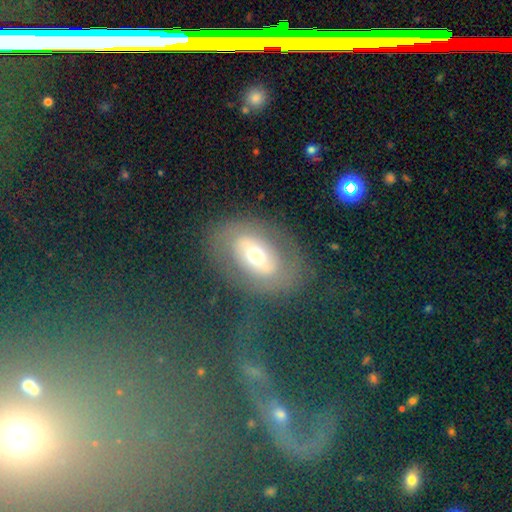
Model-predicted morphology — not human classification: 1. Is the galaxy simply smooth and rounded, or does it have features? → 57% featured or disk, 32% smooth, 11% star or artifact.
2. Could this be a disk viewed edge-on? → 92% no, 8% yes.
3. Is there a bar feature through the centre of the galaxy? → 51% no, 28% weak, 20% strong.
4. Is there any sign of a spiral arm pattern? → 55% no, 45% yes.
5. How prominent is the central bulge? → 60% moderate, 30% small, 7% large, 2% dominant, 1% none.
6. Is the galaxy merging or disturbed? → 75% none, 14% minor disturbance, 9% major disturbance, 3% merger.